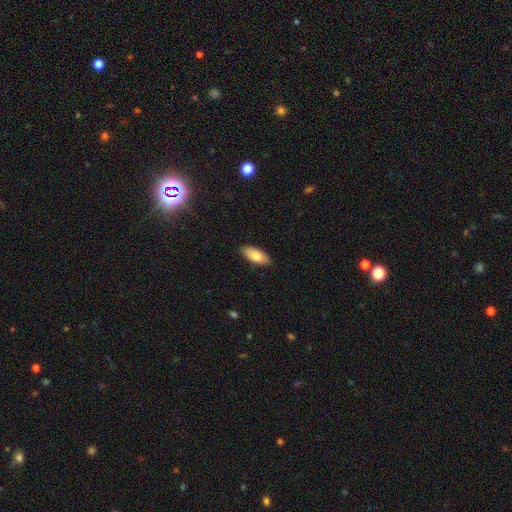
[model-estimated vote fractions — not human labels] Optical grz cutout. It shows a smooth galaxy with no disk features (82%) that is in between round and cigar-shaped (83%). Merging: none (87%).